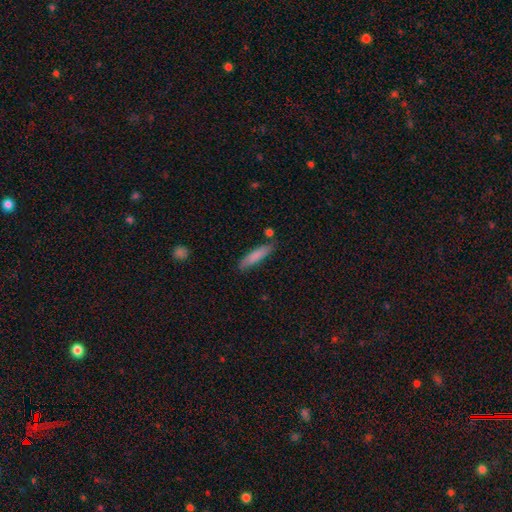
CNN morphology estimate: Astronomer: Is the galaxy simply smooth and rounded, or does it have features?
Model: smooth — 81%.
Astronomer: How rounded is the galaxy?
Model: cigar-shaped — 83%.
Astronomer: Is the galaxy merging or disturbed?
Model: none — 80%.